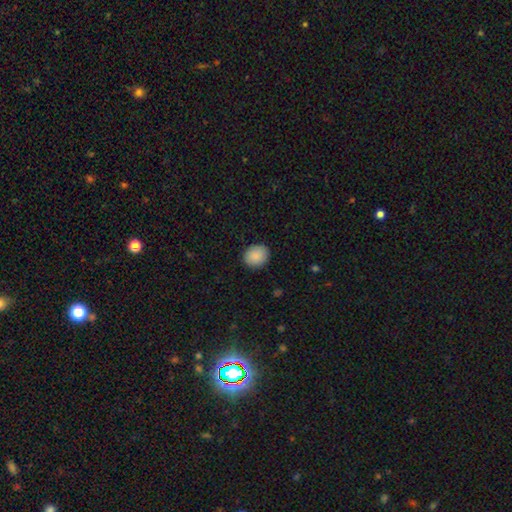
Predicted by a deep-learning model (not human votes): This is clearly a smooth galaxy (89%). How rounded: likely round (71%). Merging: clearly none (90%).